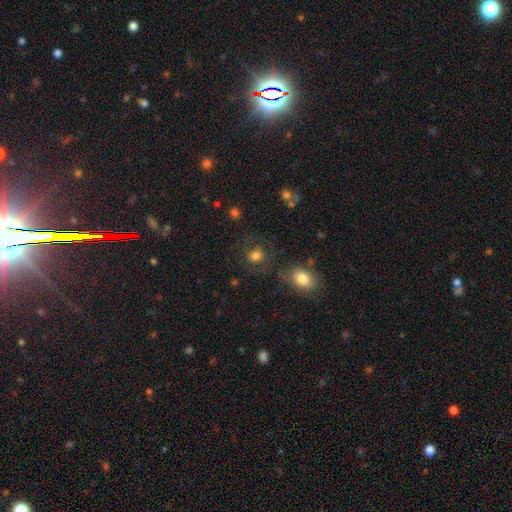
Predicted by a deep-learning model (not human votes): A smooth galaxy with no disk features (73%) that is round (77%). Merging: none (72%).